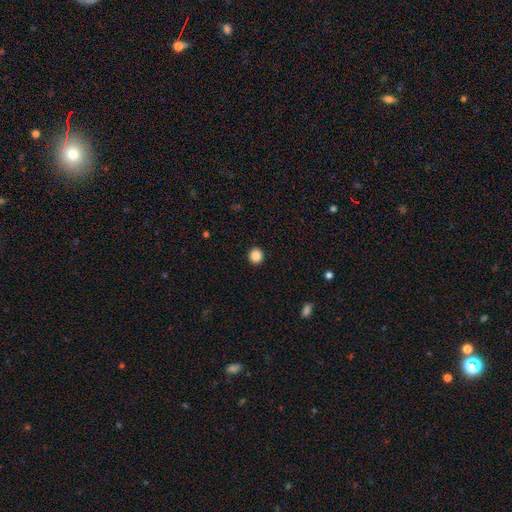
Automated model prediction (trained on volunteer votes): Morphology: type=smooth (86%); roundness=round (94%); merging=none (93%).